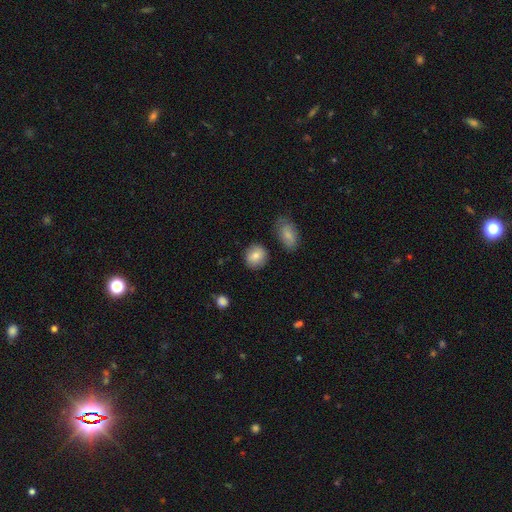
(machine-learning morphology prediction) Smooth or featured? smooth (82%)
How rounded? round (79%)
Merging? none (84%)